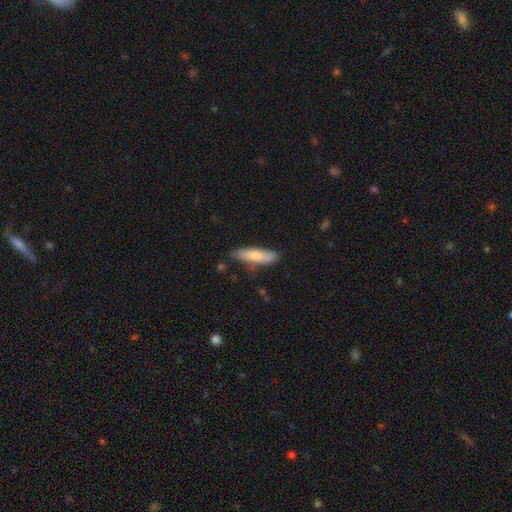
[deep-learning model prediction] Overall: smooth (77%). How rounded: cigar-shaped (62%; in between 37%). Merging: none (72%).